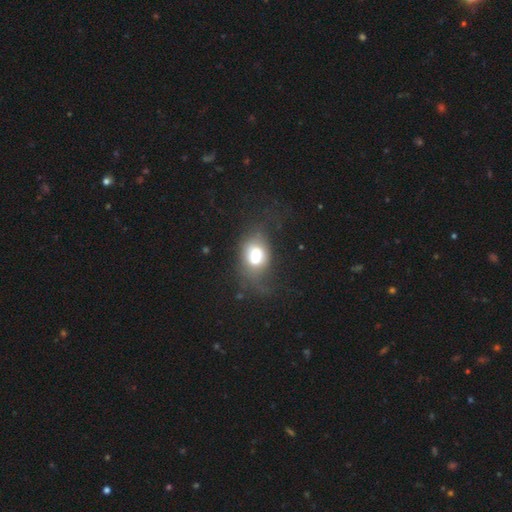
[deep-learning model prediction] This appears to be a smooth galaxy with no disk features (62%) that is in between round and cigar-shaped (65%). Merging: none (43%).